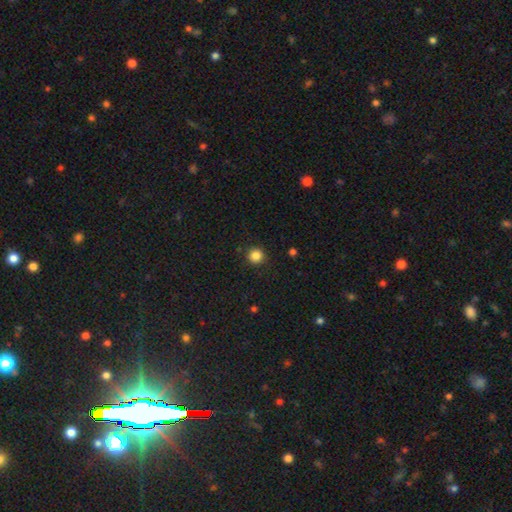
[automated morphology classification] Smooth or featured: smooth — 84% (star or artifact — 12%)
How rounded: round — 95% (in between — 4%)
Merging: none — 91% (minor disturbance — 6%)